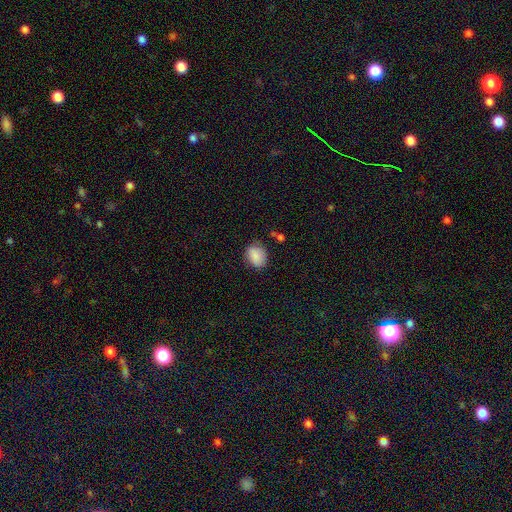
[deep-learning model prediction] Smooth or featured? smooth (86%)
How rounded? in between (60%)
Merging? none (74%)